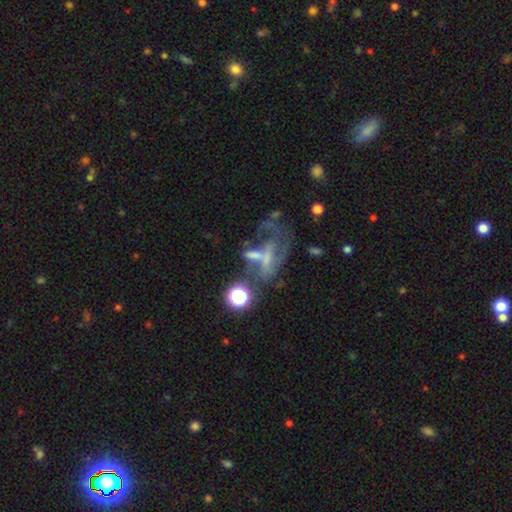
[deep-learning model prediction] Morphology: type=featured or disk (54%); edge-on=no (93%); merging=major disturbance (39%).